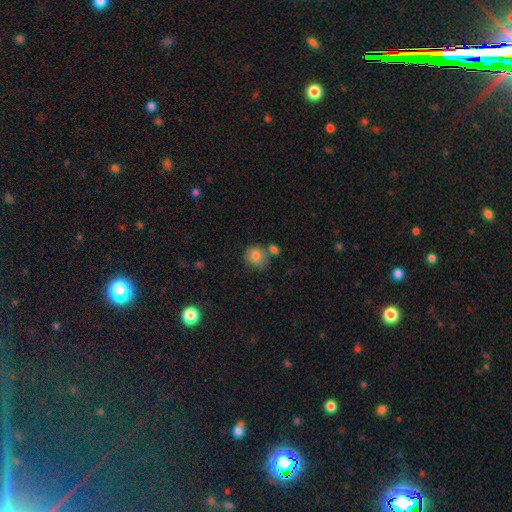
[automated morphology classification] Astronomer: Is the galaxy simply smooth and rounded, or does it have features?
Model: smooth — 80%.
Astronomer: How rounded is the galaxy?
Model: round — 87%.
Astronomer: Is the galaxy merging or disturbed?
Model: none — 65%.